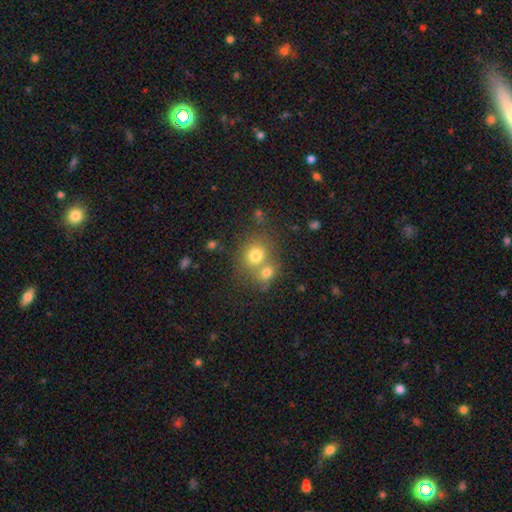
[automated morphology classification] Smooth or featured? Predicted: smooth (p=0.75). How rounded? Predicted: round (p=0.74). Merging? Predicted: merger (p=0.47).